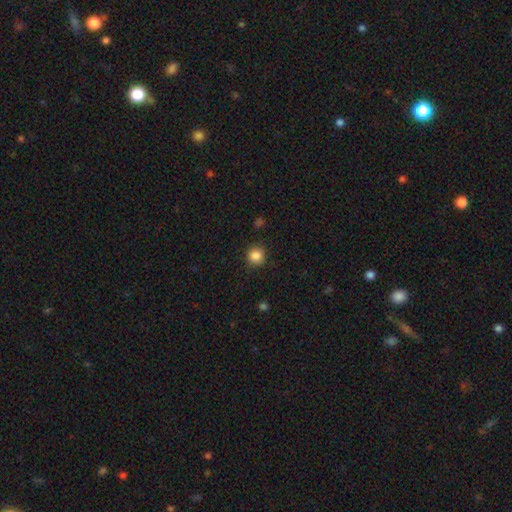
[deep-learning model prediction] smooth-or-featured: smooth: 86% | star or artifact: 11% | featured or disk: 3%
  how-rounded: round: 88% | in between: 11% | cigar-shaped: 1%
  merging: none: 86% | minor disturbance: 10% | major disturbance: 3% | merger: 1%